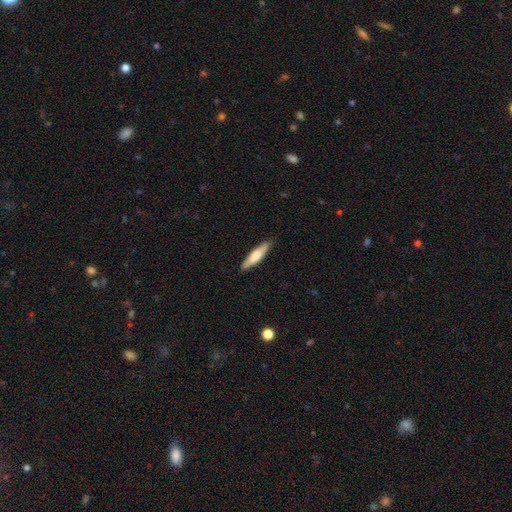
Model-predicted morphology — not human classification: Q: Smooth or featured?
A: smooth (68%); runner-up: featured or disk (27%)
Q: How rounded?
A: cigar-shaped (76%); runner-up: in between (22%)
Q: Merging?
A: none (87%); runner-up: minor disturbance (10%)